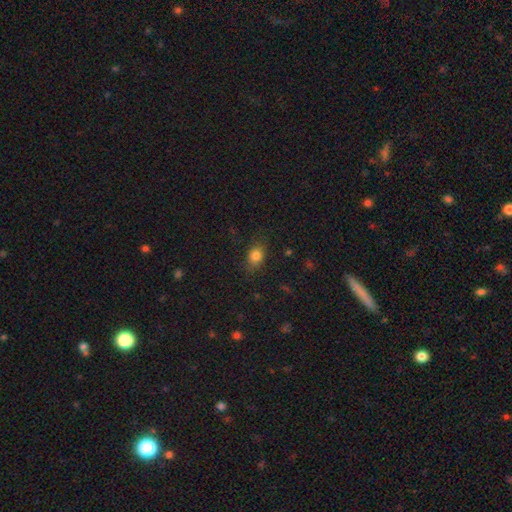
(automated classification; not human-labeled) This is clearly a smooth galaxy (83%). How rounded: likely in between (65%). Merging: likely none (78%).